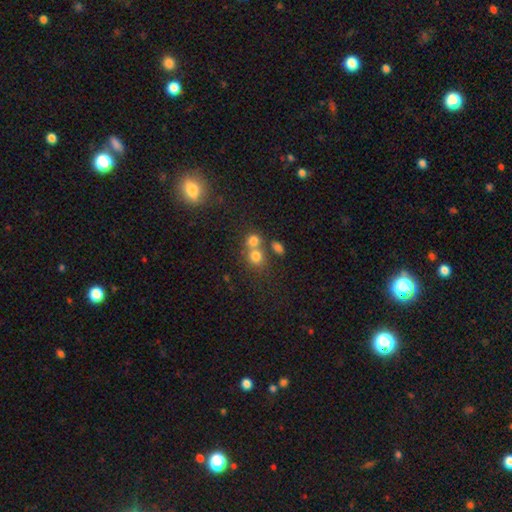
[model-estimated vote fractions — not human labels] A smooth galaxy with no disk features (75%) that is round (77%). Merging: none (45%).